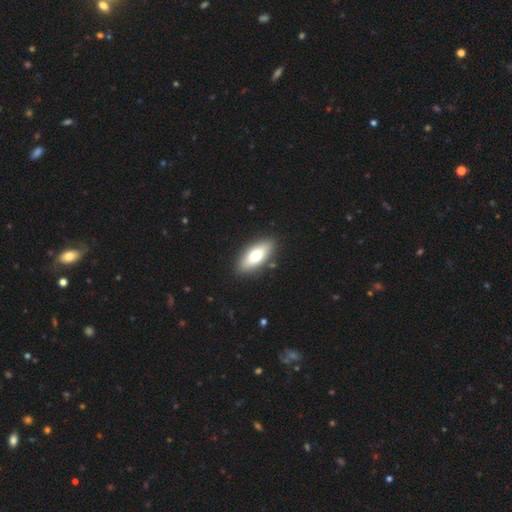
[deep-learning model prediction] Overall: smooth (70%). How rounded: in between (82%). Merging: none (88%).